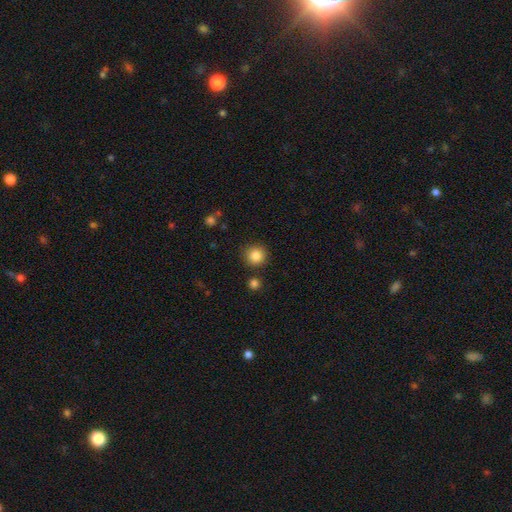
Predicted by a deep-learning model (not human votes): A smooth galaxy with no disk features (86%) that is round (93%). Merging: none (87%).